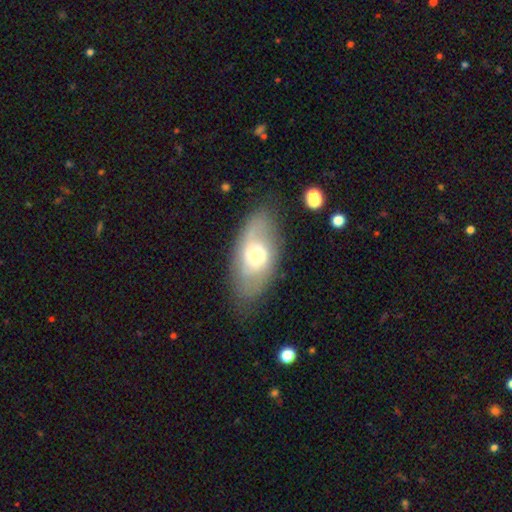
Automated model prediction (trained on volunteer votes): Smooth or featured? Predicted: featured or disk (p=0.49). Merging? Predicted: none (p=0.74).